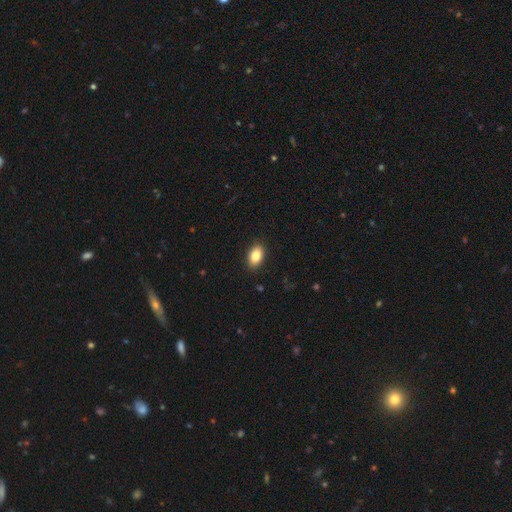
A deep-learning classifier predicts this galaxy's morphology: smooth_or_featured: smooth (p=0.85) [alt: star or artifact p=0.08]
how_rounded: in between (p=0.90) [alt: round p=0.08]
merging: none (p=0.90) [alt: minor disturbance p=0.07]